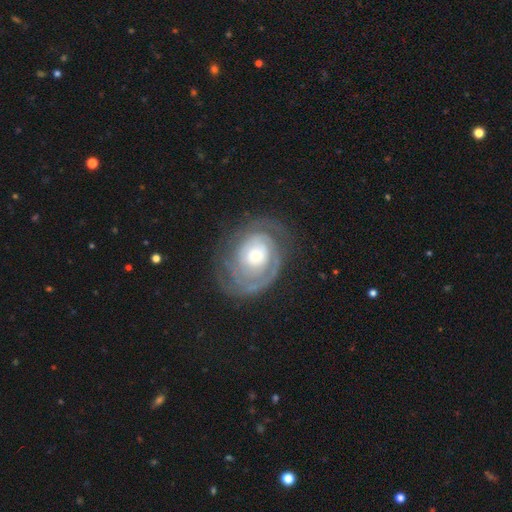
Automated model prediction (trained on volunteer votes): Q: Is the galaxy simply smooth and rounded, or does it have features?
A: featured or disk — 82%.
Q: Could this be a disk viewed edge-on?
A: no — 97%.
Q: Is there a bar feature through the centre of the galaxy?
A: no — 79%.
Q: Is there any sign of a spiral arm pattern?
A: yes — 90%.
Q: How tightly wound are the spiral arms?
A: tight — 73%.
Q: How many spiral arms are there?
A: can't tell — 35%.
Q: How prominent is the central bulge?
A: small — 56%.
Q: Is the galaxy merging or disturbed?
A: none — 72%.